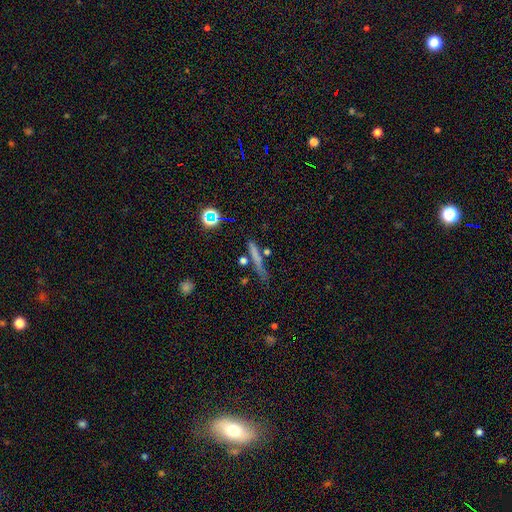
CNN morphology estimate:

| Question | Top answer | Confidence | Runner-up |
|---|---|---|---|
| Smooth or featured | smooth | 57% | featured or disk (27%) |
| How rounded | cigar-shaped | 89% | in between (6%) |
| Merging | none | 66% | minor disturbance (18%) |